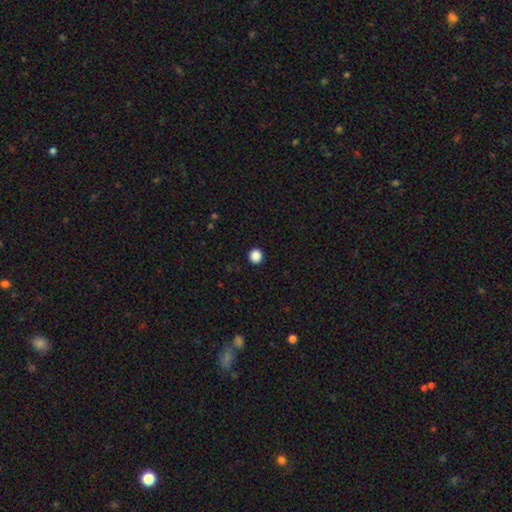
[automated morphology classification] This is clearly a smooth galaxy (88%). How rounded: clearly round (93%). Merging: clearly none (94%).